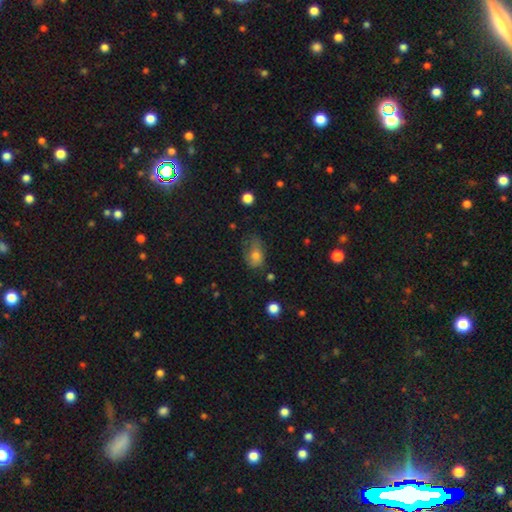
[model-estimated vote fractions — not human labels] Smooth or featured?
  - smooth: 72% *
  - featured or disk: 18%
  - star or artifact: 10%
How rounded?
  - in between: 79% *
  - round: 19%
  - cigar-shaped: 2%
Merging?
  - minor disturbance: 36% *
  - none: 32%
  - major disturbance: 29%
  - merger: 3%